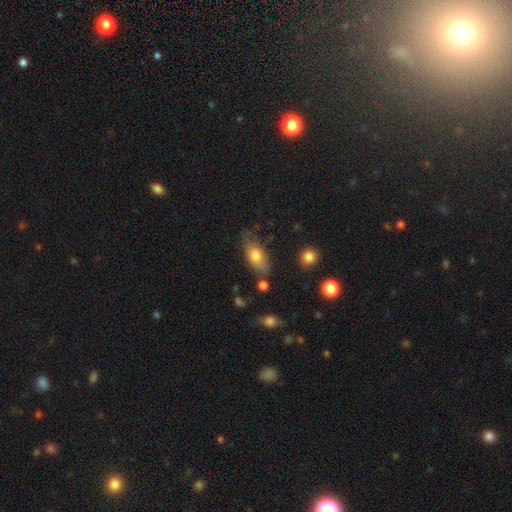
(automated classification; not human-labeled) Smooth or featured?
  - smooth: 75% *
  - featured or disk: 18%
  - star or artifact: 7%
How rounded?
  - in between: 89% *
  - cigar-shaped: 7%
  - round: 5%
Merging?
  - none: 59% *
  - minor disturbance: 27%
  - major disturbance: 9%
  - merger: 5%